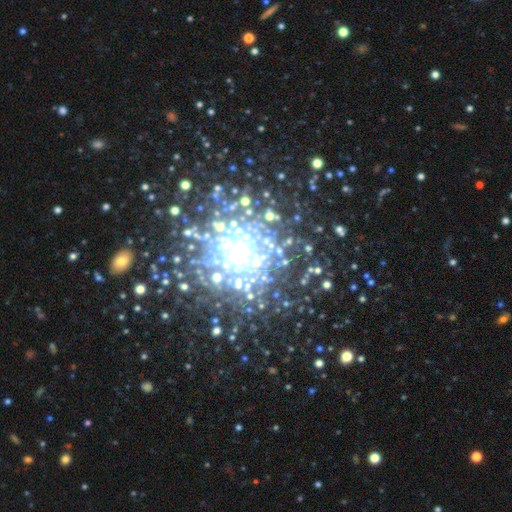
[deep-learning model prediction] This appears to be a featured or disk galaxy (48%). Merging: none (63%).